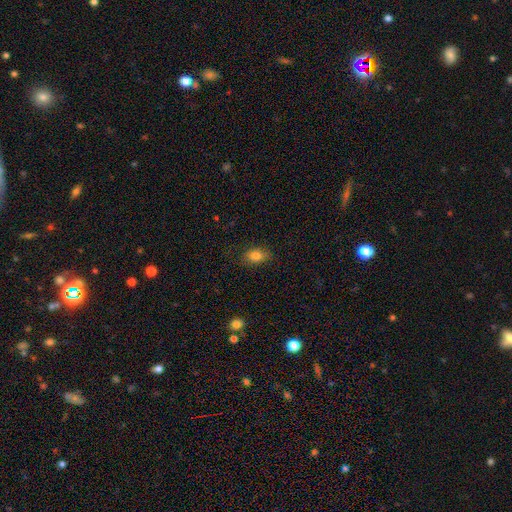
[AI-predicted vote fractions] Morphology: type=smooth (82%); roundness=in between (76%); merging=none (80%).